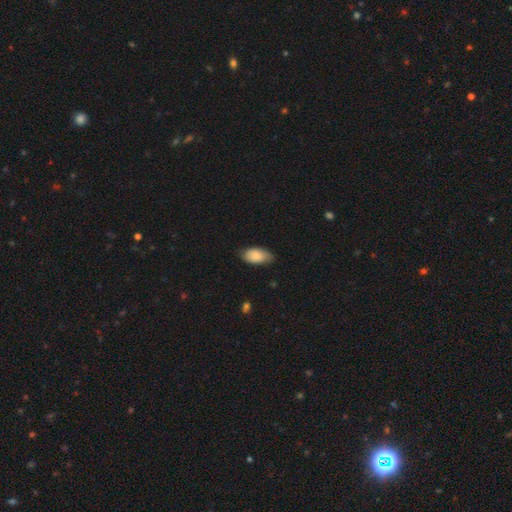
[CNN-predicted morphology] Smooth or featured? smooth (82%)
How rounded? in between (94%)
Merging? none (75%)